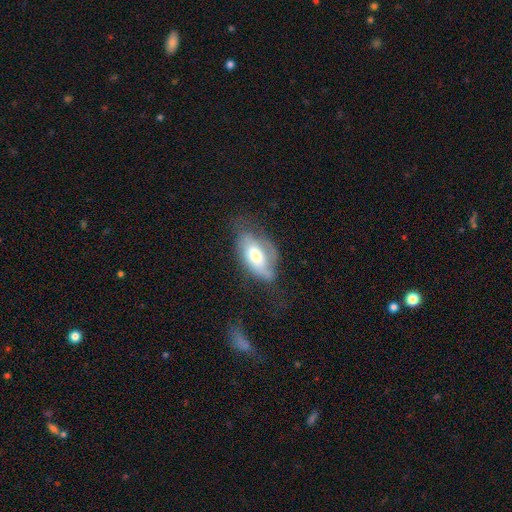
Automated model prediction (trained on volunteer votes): A smooth galaxy with no disk features (52%) that is in between round and cigar-shaped (91%).

Vote fractions:
- Smooth or featured? smooth: 52% / featured or disk: 40% / star or artifact: 7%
- How rounded? in between: 91% / cigar-shaped: 5% / round: 4%
- Merging? none: 41% / minor disturbance: 33% / major disturbance: 22% / merger: 3%